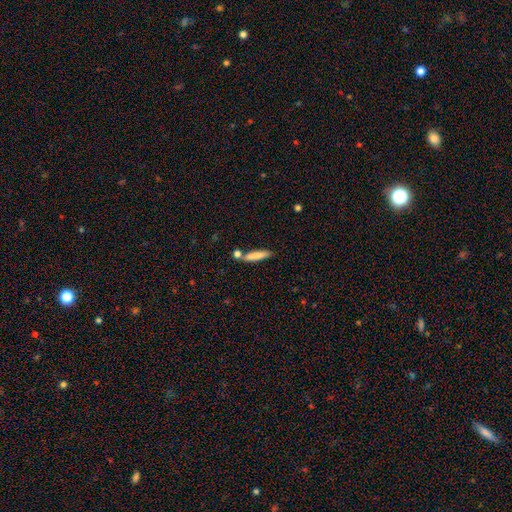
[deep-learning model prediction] smooth_or_featured: smooth (p=0.80) [alt: featured or disk p=0.13]
how_rounded: cigar-shaped (p=0.84) [alt: in between p=0.14]
merging: none (p=0.71) [alt: merger p=0.14]